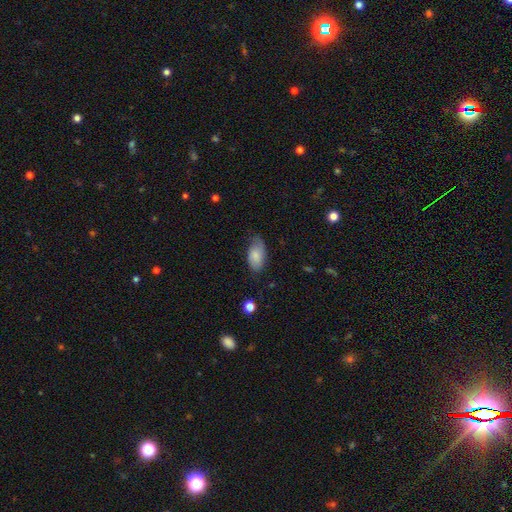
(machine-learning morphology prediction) This appears to be a smooth galaxy with no disk features (79%) that is in between round and cigar-shaped (94%). Merging: none (61%).